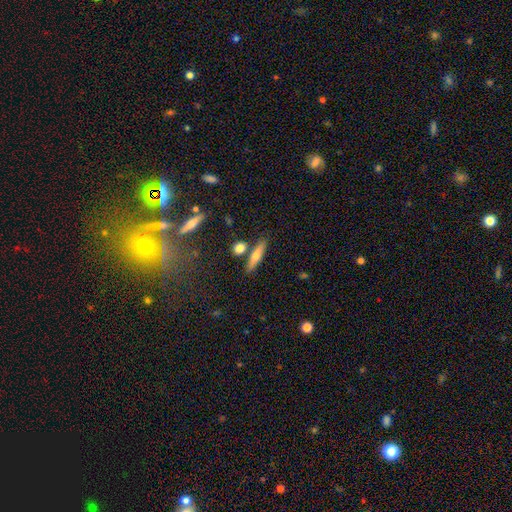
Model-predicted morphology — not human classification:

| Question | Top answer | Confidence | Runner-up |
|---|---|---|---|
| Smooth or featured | smooth | 61% | featured or disk (32%) |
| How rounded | cigar-shaped | 73% | in between (23%) |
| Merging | none | 76% | merger (11%) |